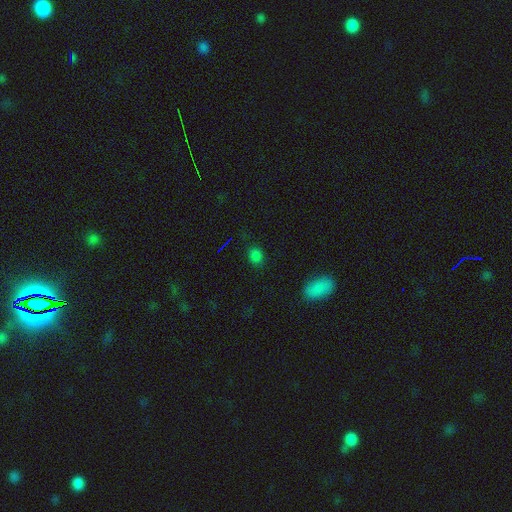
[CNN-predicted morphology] Smooth or featured: smooth — 76% (star or artifact — 20%)
How rounded: round — 52% (in between — 46%)
Merging: none — 84% (minor disturbance — 11%)